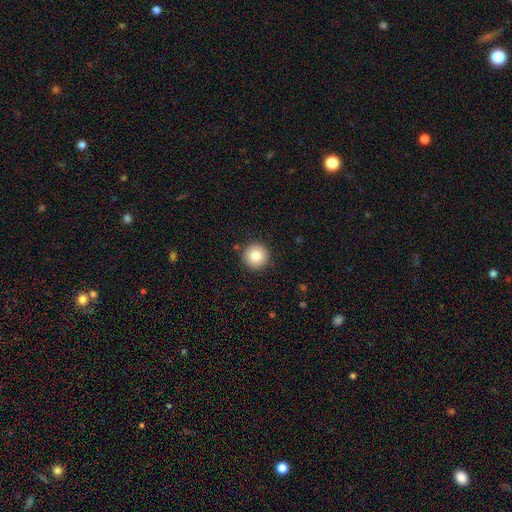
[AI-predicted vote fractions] smooth_or_featured: smooth (p=0.85) [alt: star or artifact p=0.09]
how_rounded: round (p=0.96) [alt: in between p=0.03]
merging: none (p=0.90) [alt: minor disturbance p=0.06]